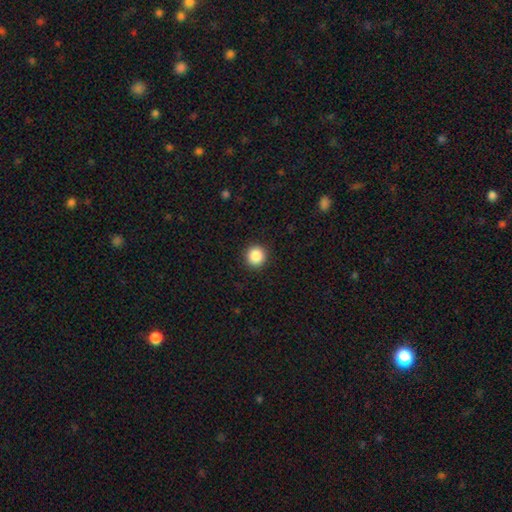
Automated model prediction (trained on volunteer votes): Q: Smooth or featured?
A: smooth (88%); runner-up: star or artifact (9%)
Q: How rounded?
A: round (95%); runner-up: in between (4%)
Q: Merging?
A: none (93%); runner-up: minor disturbance (5%)